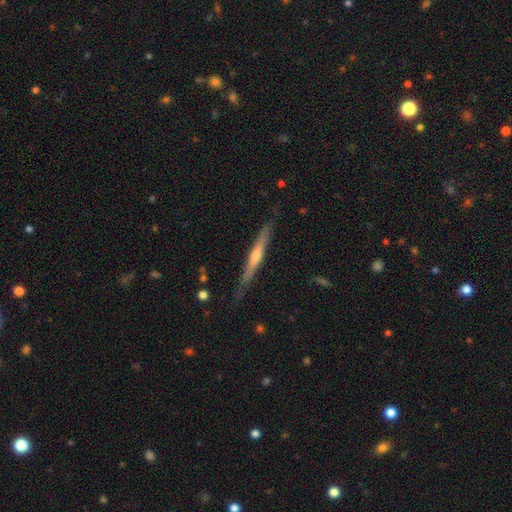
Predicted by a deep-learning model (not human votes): Smooth or featured?
  - featured or disk: 66% *
  - smooth: 29%
  - star or artifact: 5%
Edge-on disk?
  - yes: 96% *
  - no: 4%
Edge-on bulge?
  - rounded: 69% *
  - none: 26%
  - boxy: 5%
Merging?
  - none: 80% *
  - minor disturbance: 16%
  - major disturbance: 3%
  - merger: 2%